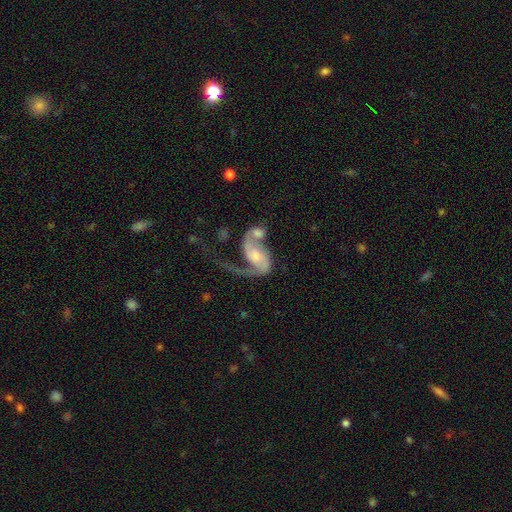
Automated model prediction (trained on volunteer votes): Smooth or featured? featured or disk (81%)
Edge-on disk? no (97%)
Bar? no (53%)
Spiral arms? yes (92%)
Spiral winding? loose (64%)
Spiral arm count? 2 (72%)
Bulge size? moderate (37%)
Merging? merger (40%)